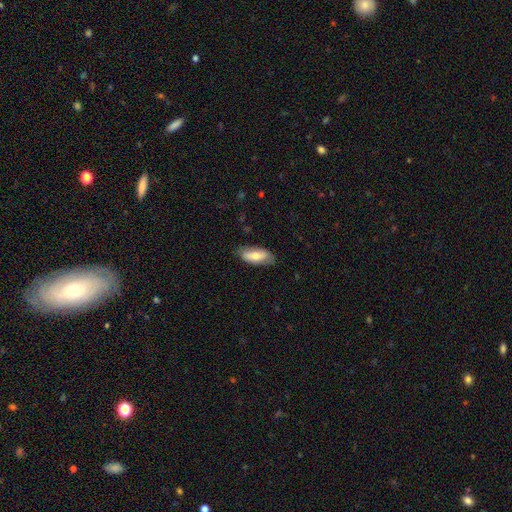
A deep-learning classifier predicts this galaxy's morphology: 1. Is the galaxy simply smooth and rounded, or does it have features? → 66% smooth, 28% featured or disk, 6% star or artifact.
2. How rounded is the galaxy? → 83% in between, 15% cigar-shaped, 2% round.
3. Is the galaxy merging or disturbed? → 79% none, 17% minor disturbance, 4% major disturbance, 1% merger.